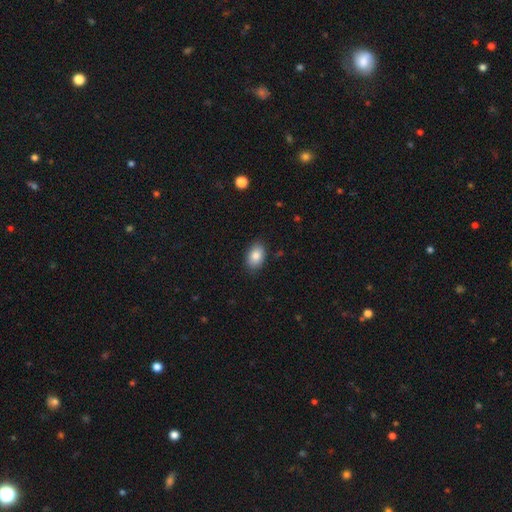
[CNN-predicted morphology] Smooth or featured? smooth (85%)
How rounded? in between (87%)
Merging? none (86%)